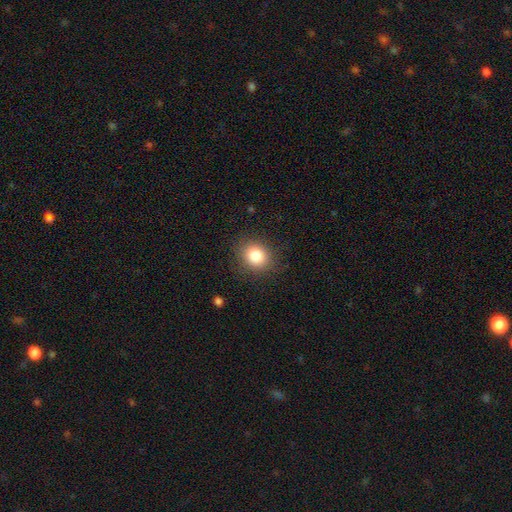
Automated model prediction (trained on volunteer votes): Smooth or featured?
  - smooth: 84% *
  - star or artifact: 10%
  - featured or disk: 6%
How rounded?
  - round: 66% *
  - in between: 33%
  - cigar-shaped: 1%
Merging?
  - none: 85% *
  - minor disturbance: 10%
  - major disturbance: 4%
  - merger: 1%